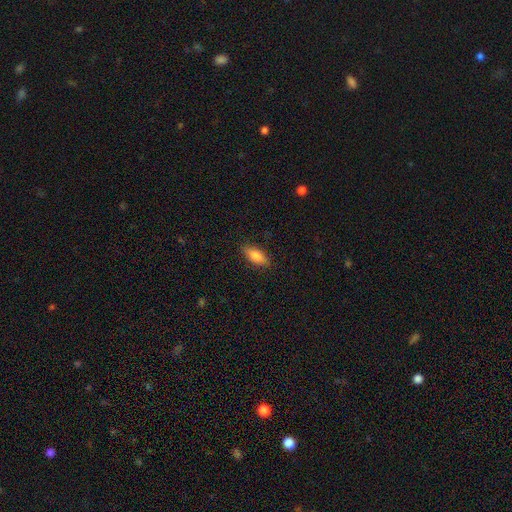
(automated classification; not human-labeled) Morphology: type=smooth (81%); roundness=in between (77%); merging=none (86%).